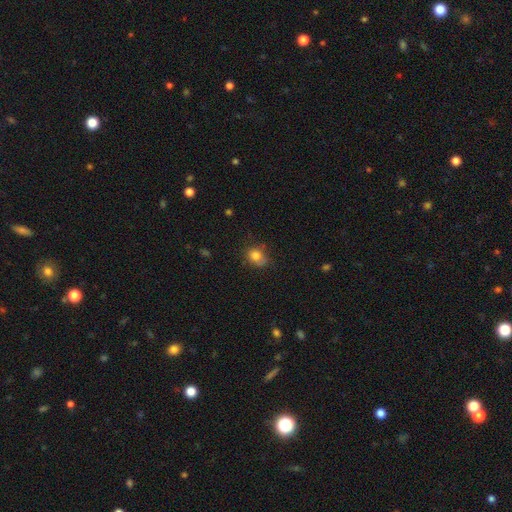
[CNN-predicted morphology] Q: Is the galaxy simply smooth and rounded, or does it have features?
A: smooth — 79%.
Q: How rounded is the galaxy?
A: round — 65%.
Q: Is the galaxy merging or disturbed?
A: none — 62%.